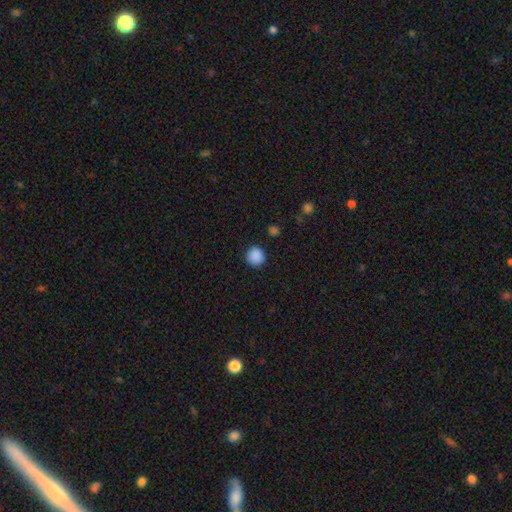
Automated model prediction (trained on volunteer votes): This appears to be a smooth galaxy with no disk features (88%) that is round (93%). Merging: none (90%).